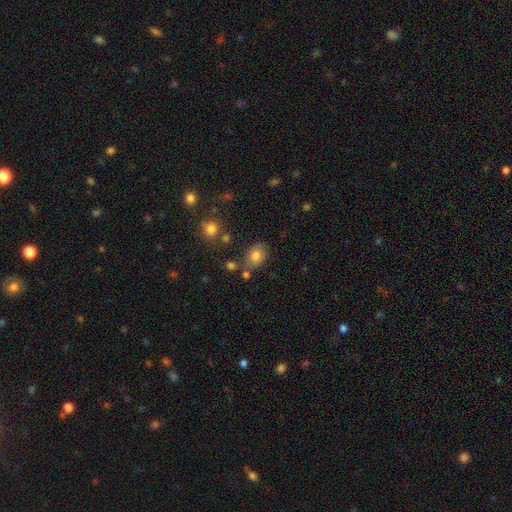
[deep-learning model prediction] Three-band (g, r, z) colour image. It shows a smooth galaxy with no disk features (76%) that is in between round and cigar-shaped (75%). Merging: none (69%).